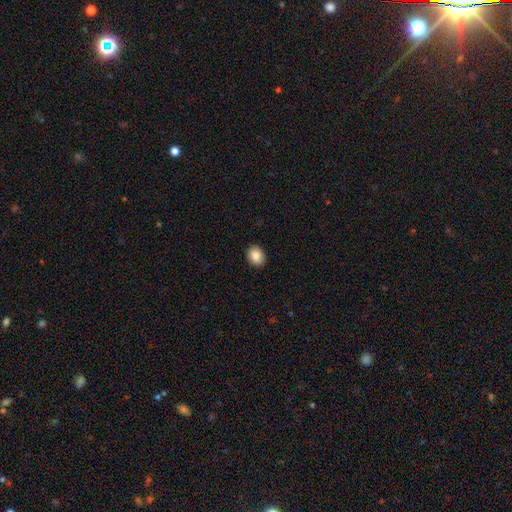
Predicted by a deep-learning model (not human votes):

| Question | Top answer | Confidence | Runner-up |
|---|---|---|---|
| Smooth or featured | smooth | 86% | star or artifact (9%) |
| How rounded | round | 54% | in between (45%) |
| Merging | none | 91% | minor disturbance (6%) |